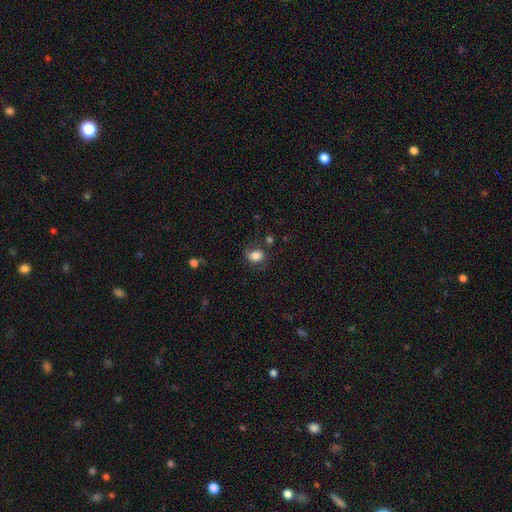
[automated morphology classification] Smooth or featured: smooth — 80% (featured or disk — 10%)
How rounded: in between — 53% (round — 46%)
Merging: none — 63% (minor disturbance — 23%)